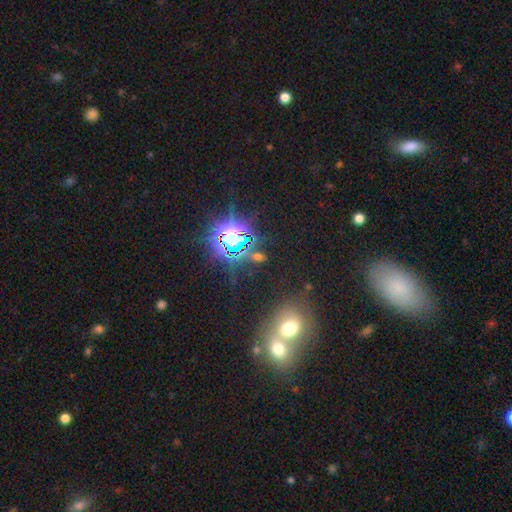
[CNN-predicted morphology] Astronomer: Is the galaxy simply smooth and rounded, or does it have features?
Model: star or artifact — 71%.